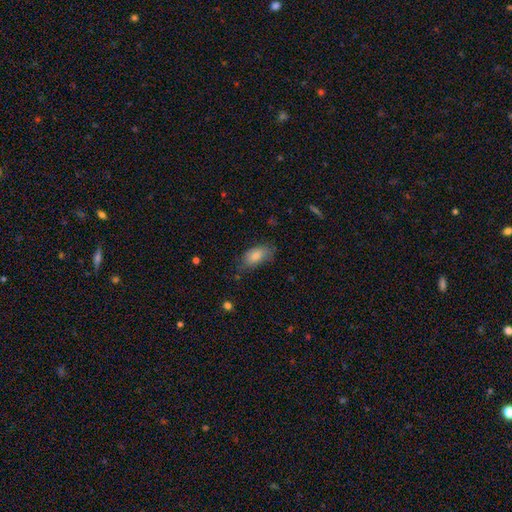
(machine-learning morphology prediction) smooth_or_featured: smooth (p=0.83) [alt: featured or disk p=0.10]
how_rounded: in between (p=0.91) [alt: cigar-shaped p=0.05]
merging: none (p=0.62) [alt: minor disturbance p=0.28]